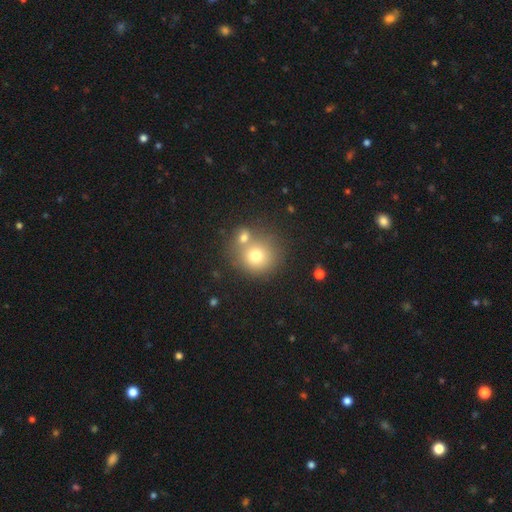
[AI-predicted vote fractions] A smooth galaxy with no disk features (73%) that is round (88%).

Vote fractions:
- Smooth or featured? smooth: 73% / featured or disk: 14% / star or artifact: 14%
- How rounded? round: 88% / in between: 11% / cigar-shaped: 1%
- Merging? none: 54% / merger: 33% / minor disturbance: 9% / major disturbance: 4%